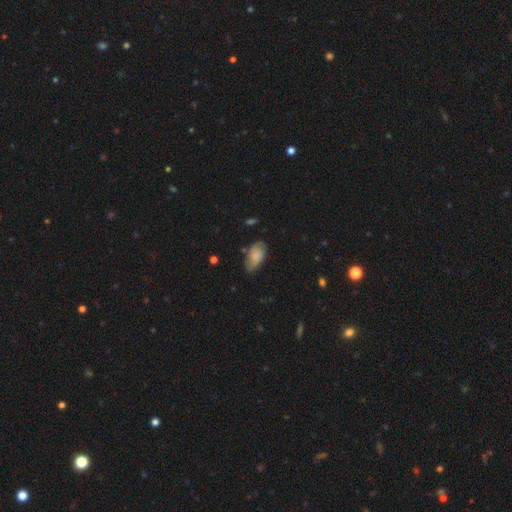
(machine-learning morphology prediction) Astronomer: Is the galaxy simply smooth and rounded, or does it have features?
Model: smooth — 72%.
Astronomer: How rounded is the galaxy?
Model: in between — 93%.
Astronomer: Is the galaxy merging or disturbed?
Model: none — 65%.